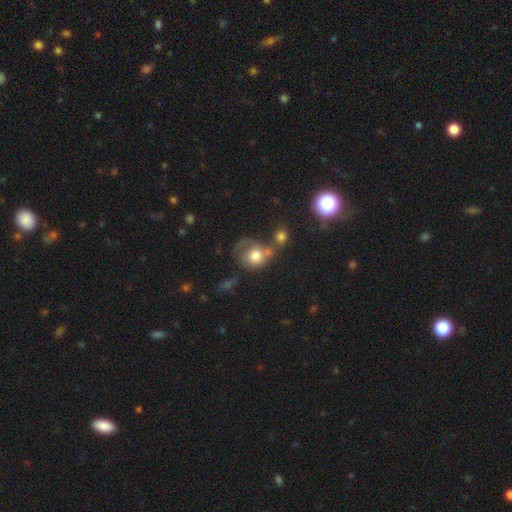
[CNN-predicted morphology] Smooth or featured?
  - smooth: 70% *
  - featured or disk: 20%
  - star or artifact: 10%
How rounded?
  - round: 71% *
  - in between: 28%
  - cigar-shaped: 1%
Merging?
  - merger: 39% *
  - none: 25%
  - major disturbance: 20%
  - minor disturbance: 16%